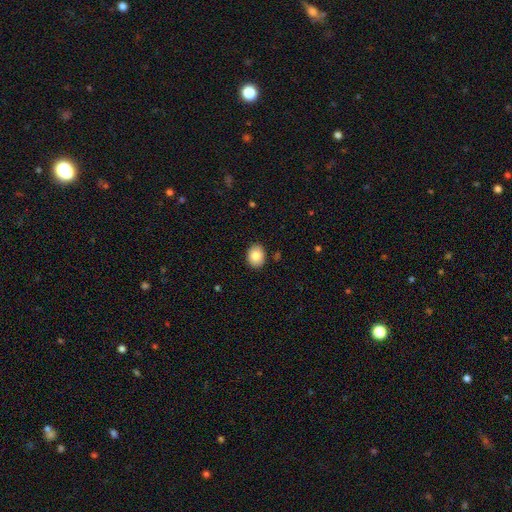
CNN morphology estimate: This appears to be a smooth galaxy with no disk features (85%) that is in between round and cigar-shaped (52%). Merging: none (88%).